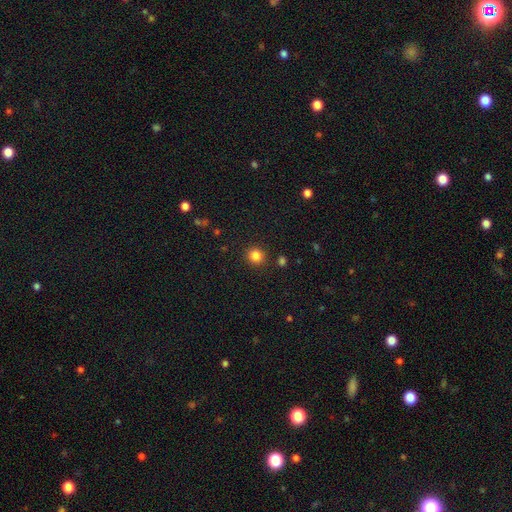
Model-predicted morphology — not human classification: smooth 84%, star or artifact 12%, featured or disk 4%. Down the decision tree: how rounded — round (92%); merging — none (90%).